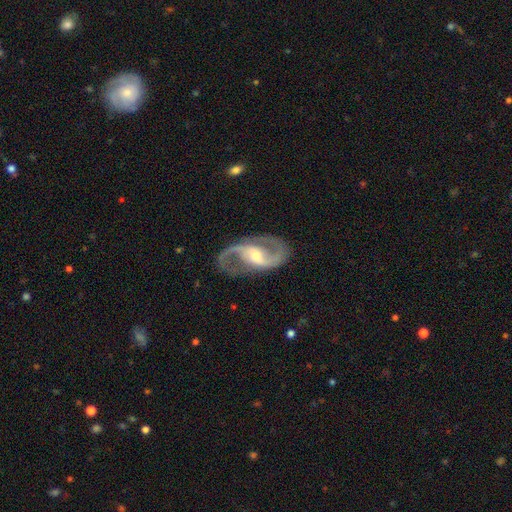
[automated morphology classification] featured or disk 92%, star or artifact 4%, smooth 4%. Down the decision tree: edge-on disk — no (97%); bar — weak (44%); spiral arms — yes (98%); spiral arm count — 2 (94%); spiral winding — medium (56%); bulge size — moderate (53%); merging — none (81%).